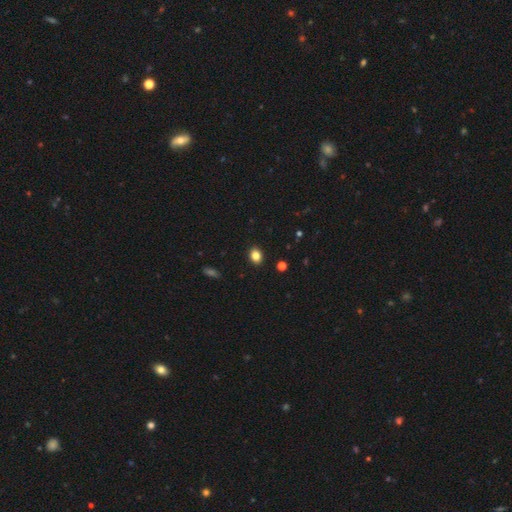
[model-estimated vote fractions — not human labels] Smooth or featured? Predicted: smooth (p=0.84). How rounded? Predicted: in between (p=0.53). Merging? Predicted: none (p=0.90).